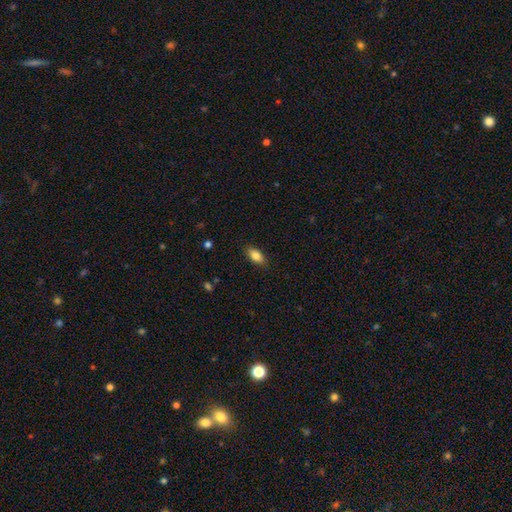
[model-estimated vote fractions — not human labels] Smooth or featured: smooth — 85% (star or artifact — 8%)
How rounded: in between — 89% (cigar-shaped — 6%)
Merging: none — 87% (minor disturbance — 9%)